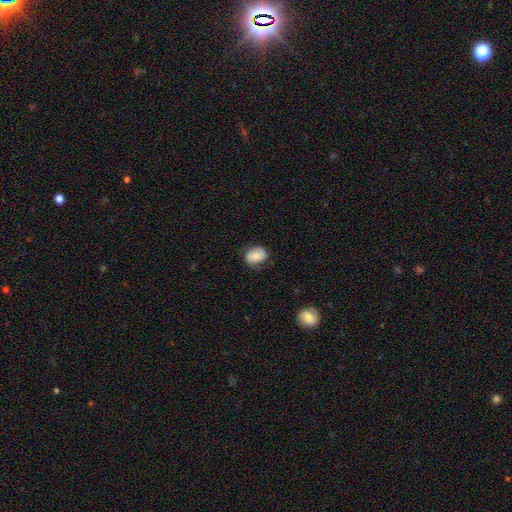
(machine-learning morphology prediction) Smooth or featured?
  - smooth: 69% *
  - featured or disk: 23%
  - star or artifact: 8%
How rounded?
  - in between: 63% *
  - round: 36%
  - cigar-shaped: 1%
Merging?
  - none: 74% *
  - minor disturbance: 20%
  - major disturbance: 5%
  - merger: 1%